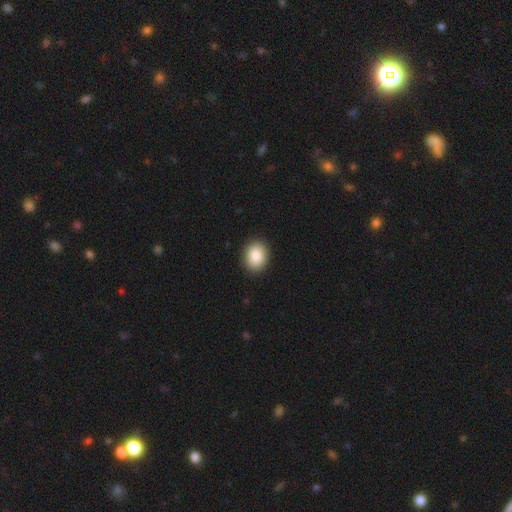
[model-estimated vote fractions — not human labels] A smooth galaxy with no disk features (87%) that is in between round and cigar-shaped (51%). Merging: none (91%).